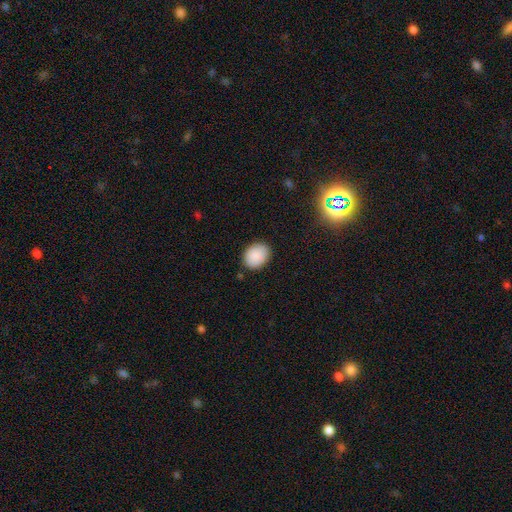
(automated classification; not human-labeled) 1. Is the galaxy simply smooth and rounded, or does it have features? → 89% smooth, 7% star or artifact, 4% featured or disk.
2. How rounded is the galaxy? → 57% in between, 42% round, 1% cigar-shaped.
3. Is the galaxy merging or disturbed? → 85% none, 11% minor disturbance, 2% major disturbance, 1% merger.